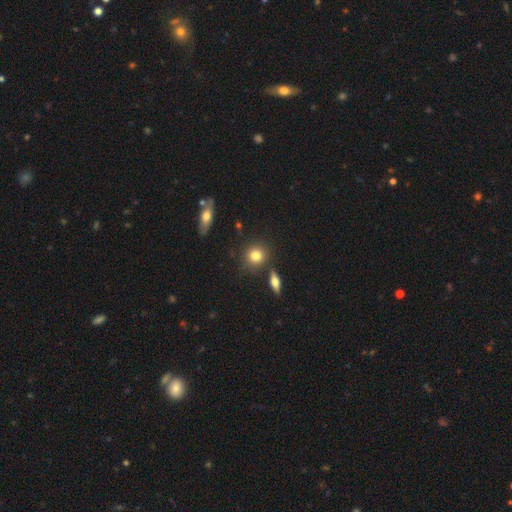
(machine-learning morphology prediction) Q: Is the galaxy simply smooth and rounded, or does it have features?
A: smooth — 81%.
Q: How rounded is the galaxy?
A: round — 80%.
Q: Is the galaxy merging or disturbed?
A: none — 79%.